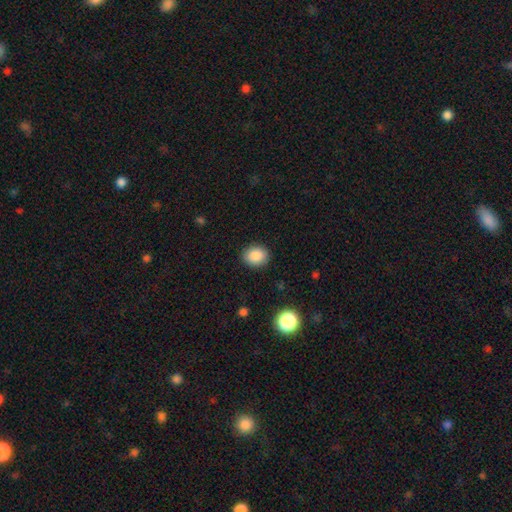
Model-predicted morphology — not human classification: A smooth galaxy with no disk features (88%) that is round (55%). Merging: none (89%).